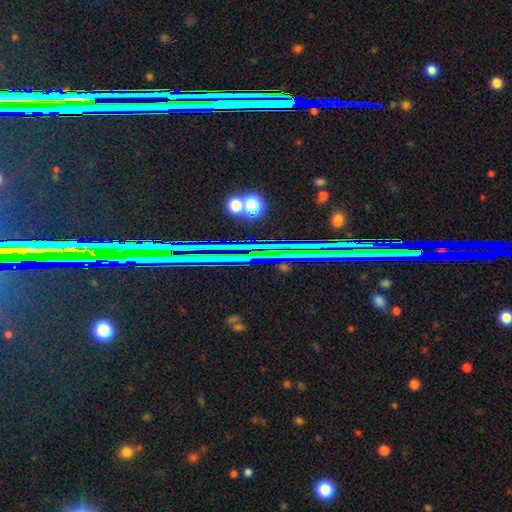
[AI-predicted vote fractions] smooth-or-featured: star or artifact: 84% | featured or disk: 9% | smooth: 7%